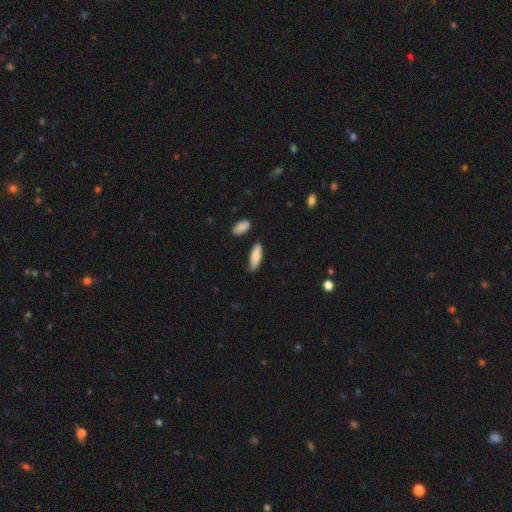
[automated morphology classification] Smooth or featured?
  - smooth: 84% *
  - featured or disk: 10%
  - star or artifact: 6%
How rounded?
  - in between: 57% *
  - cigar-shaped: 41%
  - round: 2%
Merging?
  - none: 81% *
  - minor disturbance: 13%
  - merger: 3%
  - major disturbance: 2%